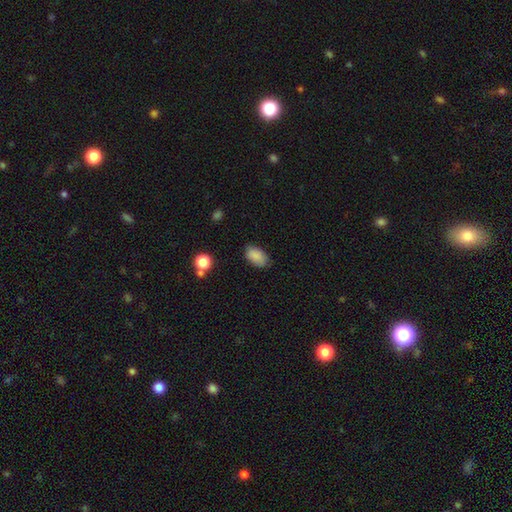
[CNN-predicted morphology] smooth 87%, star or artifact 8%, featured or disk 5%. Down the decision tree: how rounded — in between (92%); merging — none (78%).